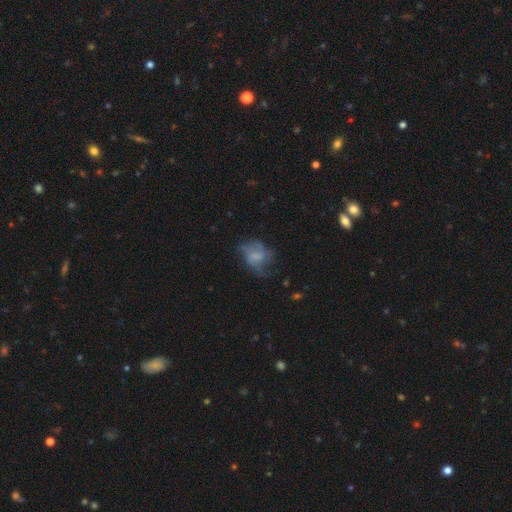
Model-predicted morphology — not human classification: Smooth or featured? smooth (45%)
Merging? none (41%)